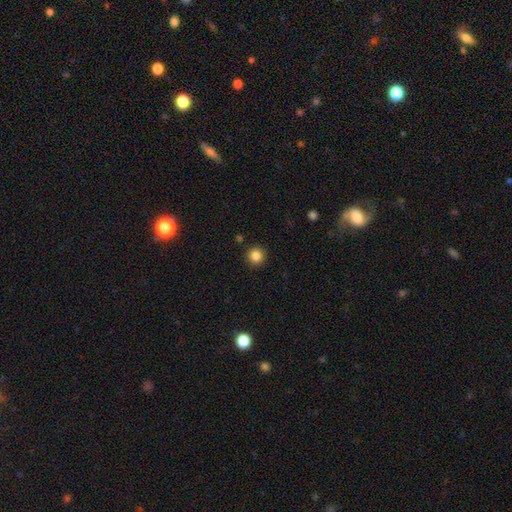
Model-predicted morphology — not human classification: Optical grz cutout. It shows a smooth galaxy with no disk features (85%) that is round (94%). Merging: none (91%).